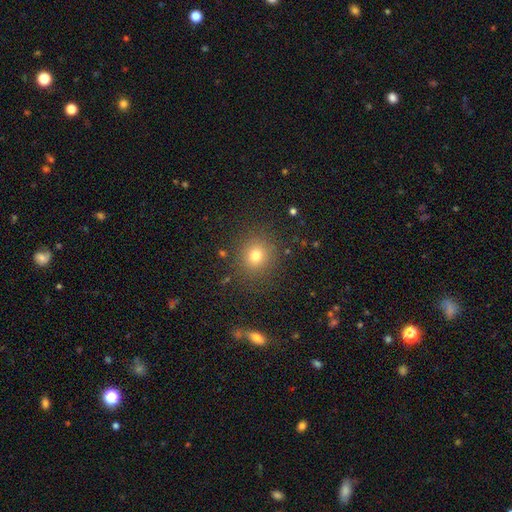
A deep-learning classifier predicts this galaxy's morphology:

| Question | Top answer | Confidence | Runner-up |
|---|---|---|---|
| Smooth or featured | smooth | 76% | star or artifact (16%) |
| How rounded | round | 85% | in between (14%) |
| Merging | none | 87% | minor disturbance (8%) |